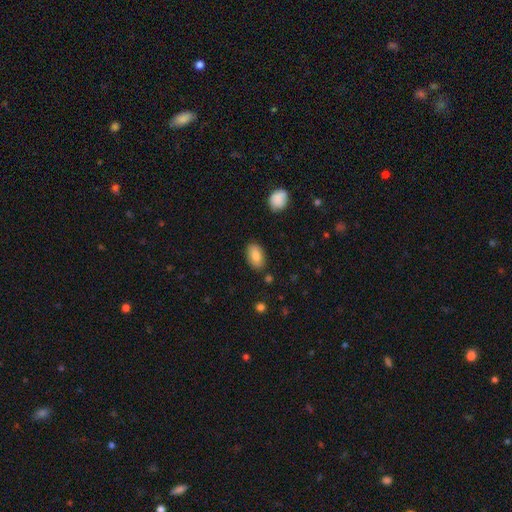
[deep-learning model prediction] A smooth galaxy with no disk features (83%) that is in between round and cigar-shaped (91%). Merging: none (84%).